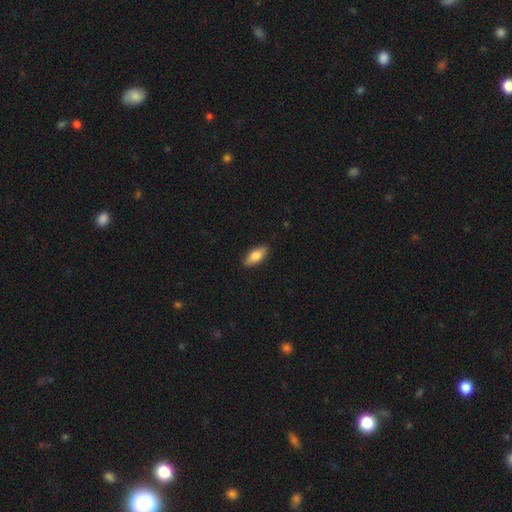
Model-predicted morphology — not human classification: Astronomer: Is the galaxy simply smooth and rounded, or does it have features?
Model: smooth — 74%.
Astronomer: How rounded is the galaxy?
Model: in between — 83%.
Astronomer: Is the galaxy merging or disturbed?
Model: none — 88%.